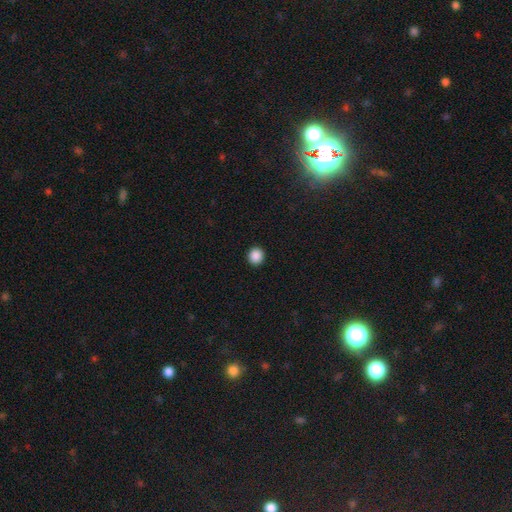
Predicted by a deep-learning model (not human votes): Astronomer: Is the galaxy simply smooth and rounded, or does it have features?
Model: smooth — 88%.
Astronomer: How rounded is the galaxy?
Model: round — 92%.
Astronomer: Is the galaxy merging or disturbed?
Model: none — 93%.